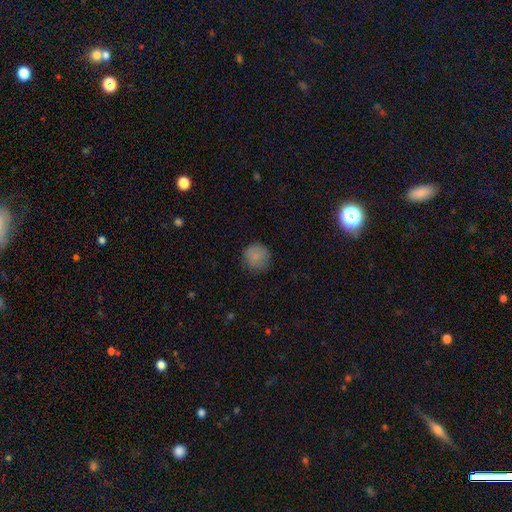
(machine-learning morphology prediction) A smooth galaxy with no disk features (85%) that is round (93%). Merging: none (82%).